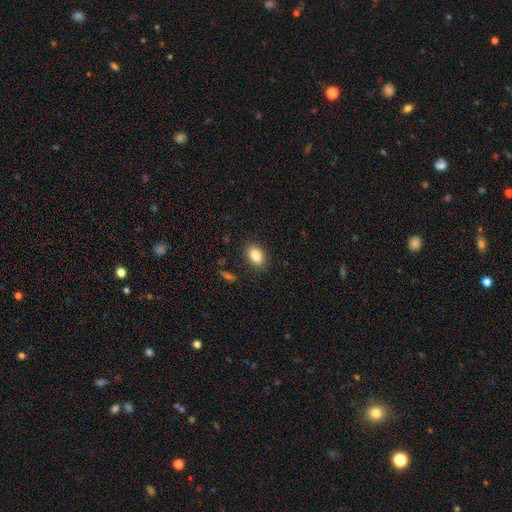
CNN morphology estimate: Q: Smooth or featured?
A: smooth (85%); runner-up: star or artifact (8%)
Q: How rounded?
A: in between (83%); runner-up: round (15%)
Q: Merging?
A: none (86%); runner-up: minor disturbance (10%)